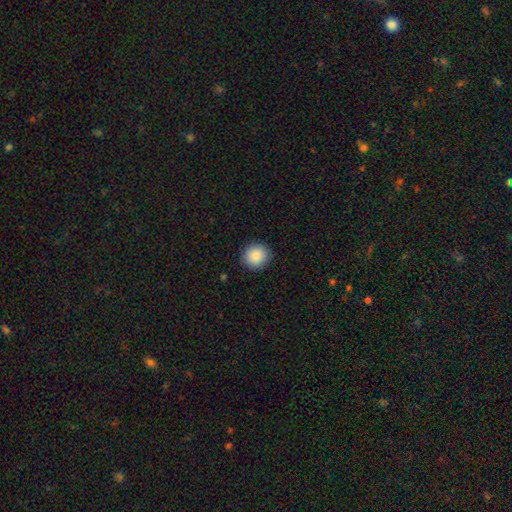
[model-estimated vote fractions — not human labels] A smooth galaxy with no disk features (89%) that is round (87%). Merging: none (90%).